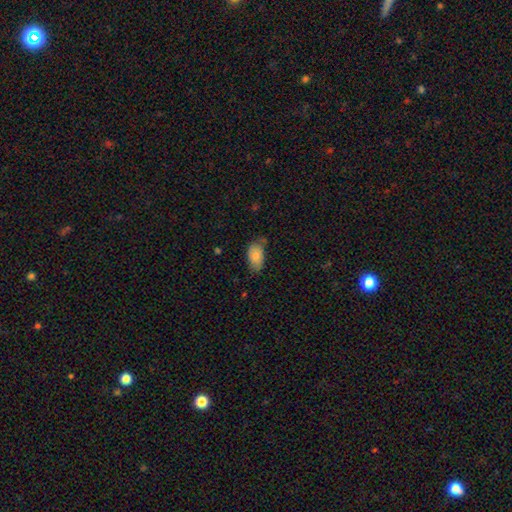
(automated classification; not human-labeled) smooth_or_featured: smooth (p=0.81) [alt: featured or disk p=0.12]
how_rounded: in between (p=0.93) [alt: round p=0.06]
merging: none (p=0.62) [alt: minor disturbance p=0.30]